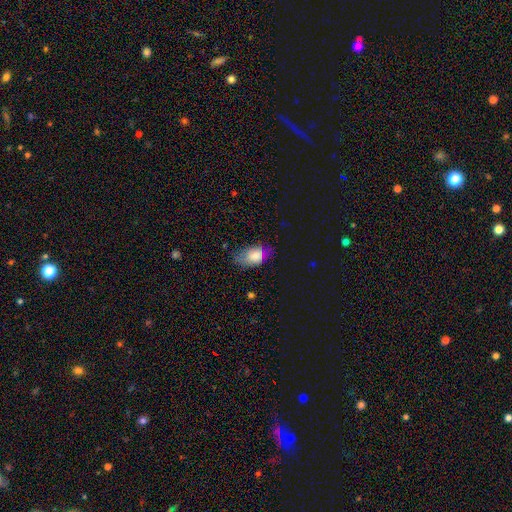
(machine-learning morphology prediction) Q: Smooth or featured?
A: smooth (74%); runner-up: featured or disk (16%)
Q: How rounded?
A: in between (88%); runner-up: round (10%)
Q: Merging?
A: none (42%); runner-up: minor disturbance (37%)